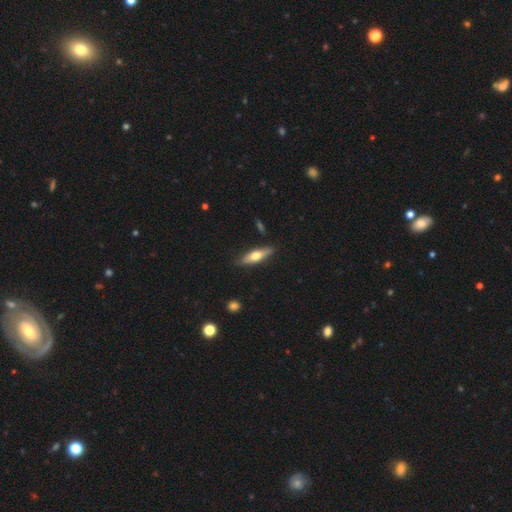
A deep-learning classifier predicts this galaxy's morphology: A smooth galaxy with no disk features (52%) that is cigar-shaped (61%).

Vote fractions:
- Smooth or featured? smooth: 52% / featured or disk: 42% / star or artifact: 5%
- How rounded? cigar-shaped: 61% / in between: 37% / round: 2%
- Merging? none: 85% / minor disturbance: 11% / major disturbance: 2% / merger: 2%